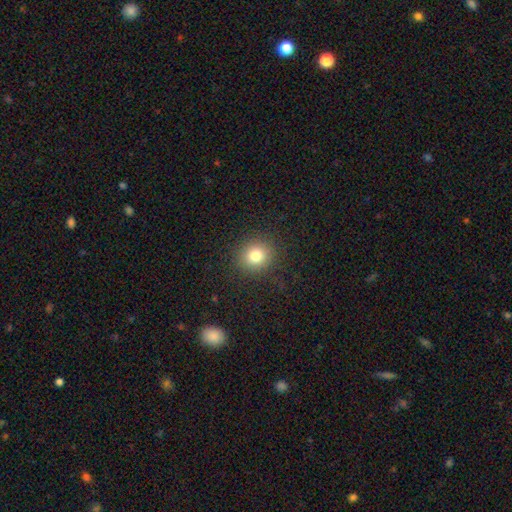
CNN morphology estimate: The model was most divided on "smooth or featured": smooth: 80%, star or artifact: 13%, featured or disk: 8%. More confident: merging — none (89%); how rounded — round (85%).